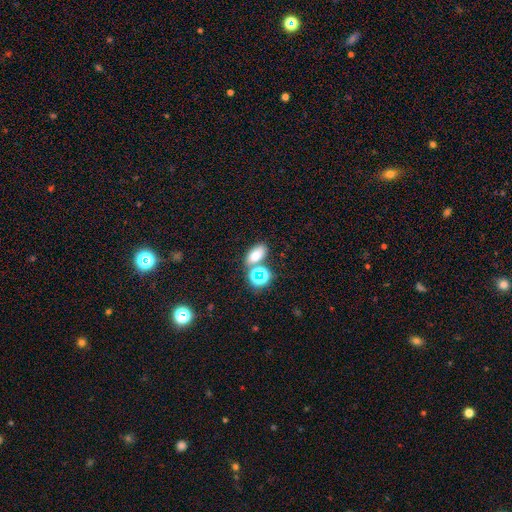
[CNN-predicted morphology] This appears to be a smooth galaxy with no disk features (68%) that is in between round and cigar-shaped (80%). Merging: none (62%).